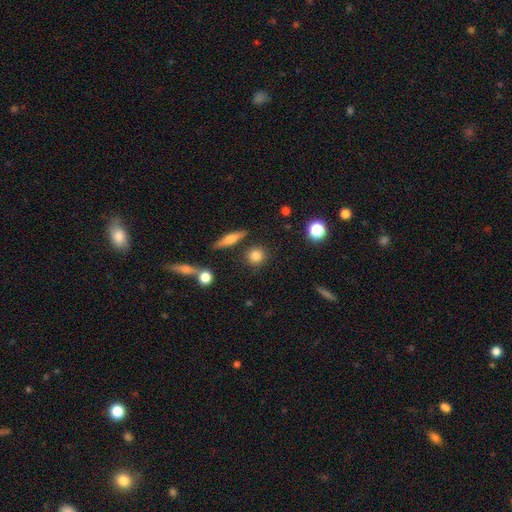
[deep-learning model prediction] A smooth galaxy with no disk features (82%) that is round (87%).

Vote fractions:
- Smooth or featured? smooth: 82% / star or artifact: 10% / featured or disk: 8%
- How rounded? round: 87% / in between: 10% / cigar-shaped: 3%
- Merging? none: 85% / minor disturbance: 8% / merger: 5% / major disturbance: 3%